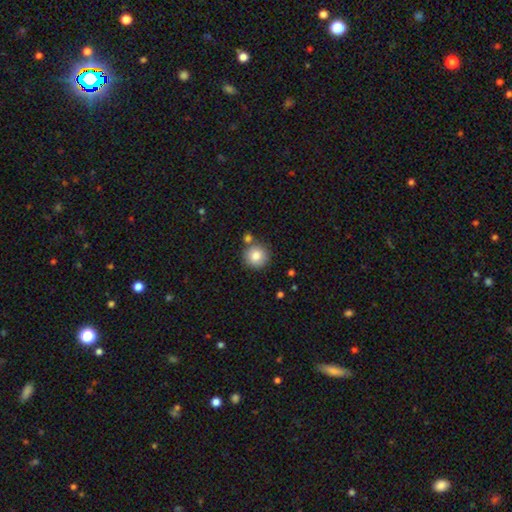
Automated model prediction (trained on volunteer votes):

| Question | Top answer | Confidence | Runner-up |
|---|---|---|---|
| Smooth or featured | smooth | 85% | star or artifact (9%) |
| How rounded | round | 93% | in between (6%) |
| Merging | none | 74% | merger (13%) |